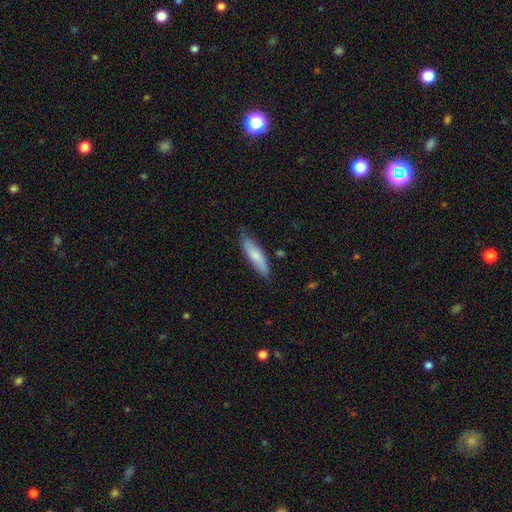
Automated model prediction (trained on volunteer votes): smooth_or_featured: smooth (p=0.75) [alt: featured or disk p=0.20]
how_rounded: cigar-shaped (p=0.66) [alt: in between p=0.33]
merging: none (p=0.77) [alt: minor disturbance p=0.18]